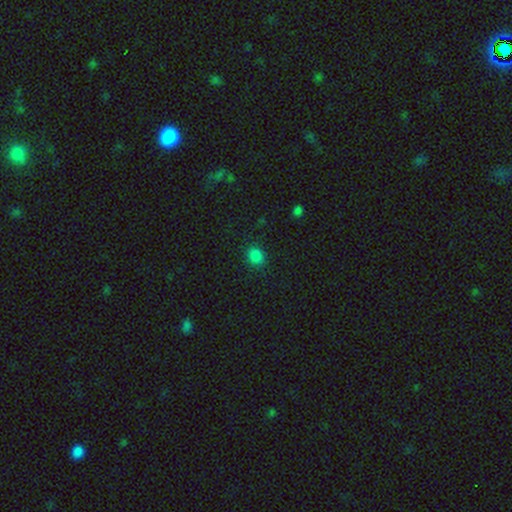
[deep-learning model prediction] Overall: smooth (82%). How rounded: round (63%; in between 36%). Merging: none (86%).